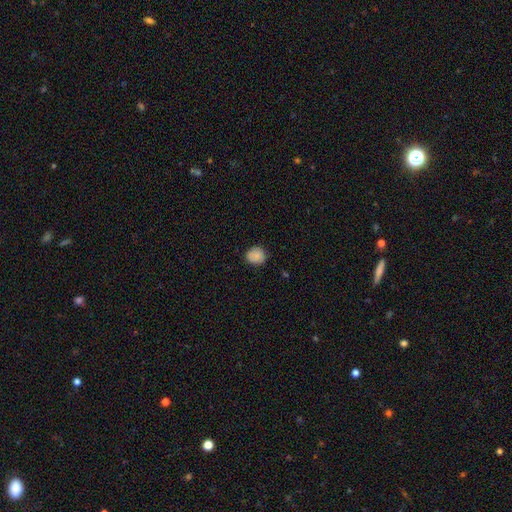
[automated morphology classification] Smooth or featured? Predicted: smooth (p=0.86). How rounded? Predicted: round (p=0.86). Merging? Predicted: none (p=0.85).